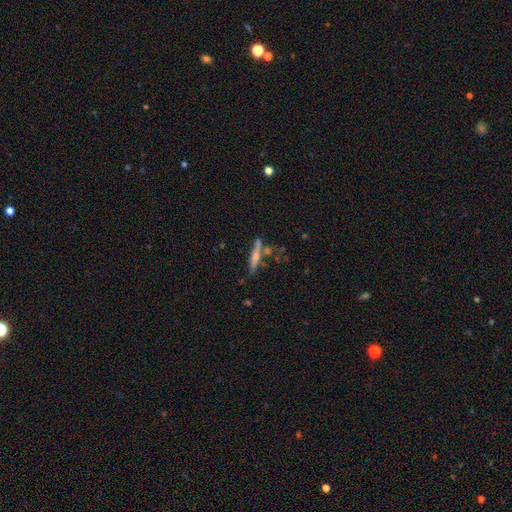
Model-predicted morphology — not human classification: Smooth or featured?
  - featured or disk: 48% *
  - smooth: 44%
  - star or artifact: 7%
Merging?
  - none: 67% *
  - minor disturbance: 15%
  - merger: 14%
  - major disturbance: 4%